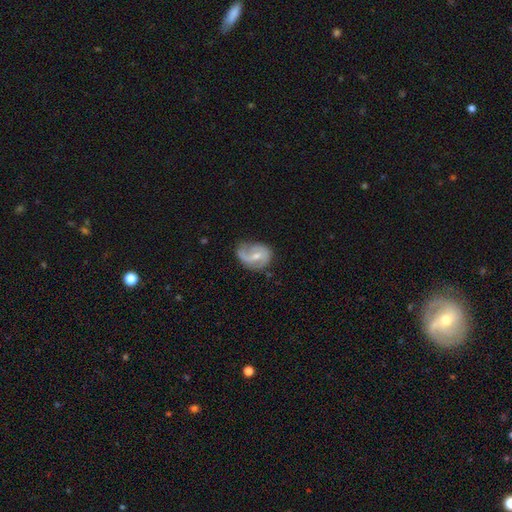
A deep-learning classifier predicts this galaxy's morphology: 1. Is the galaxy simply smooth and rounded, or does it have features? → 70% featured or disk, 24% smooth, 6% star or artifact.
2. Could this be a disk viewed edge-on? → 97% no, 3% yes.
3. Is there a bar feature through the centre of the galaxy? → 52% weak, 35% no, 14% strong.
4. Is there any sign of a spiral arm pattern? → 87% yes, 13% no.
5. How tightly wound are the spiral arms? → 41% medium, 40% loose, 19% tight.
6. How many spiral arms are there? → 61% 2, 26% 1, 9% can't tell, 2% 3, 1% 4, 1% more than 4.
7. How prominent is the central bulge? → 50% moderate, 42% small, 4% none, 2% large, 1% dominant.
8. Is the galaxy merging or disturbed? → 46% none, 33% minor disturbance, 19% major disturbance, 3% merger.